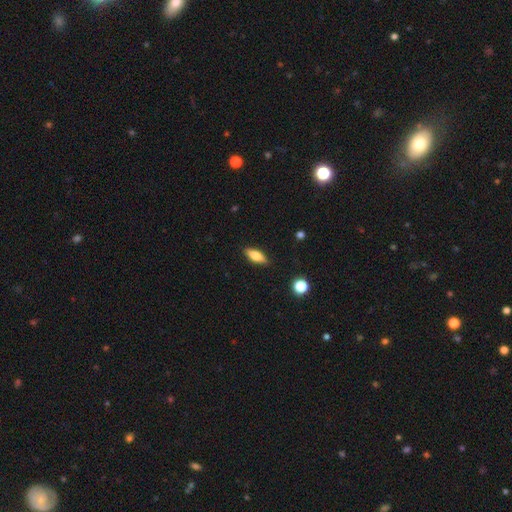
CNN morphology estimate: Overall: smooth (70%). How rounded: in between (67%; cigar-shaped 30%). Merging: none (87%).